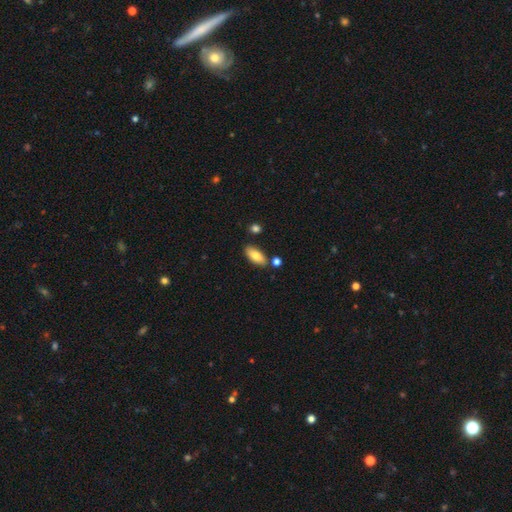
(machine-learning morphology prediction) Q: Smooth or featured?
A: smooth (79%); runner-up: featured or disk (14%)
Q: How rounded?
A: in between (85%); runner-up: cigar-shaped (13%)
Q: Merging?
A: none (81%); runner-up: minor disturbance (11%)